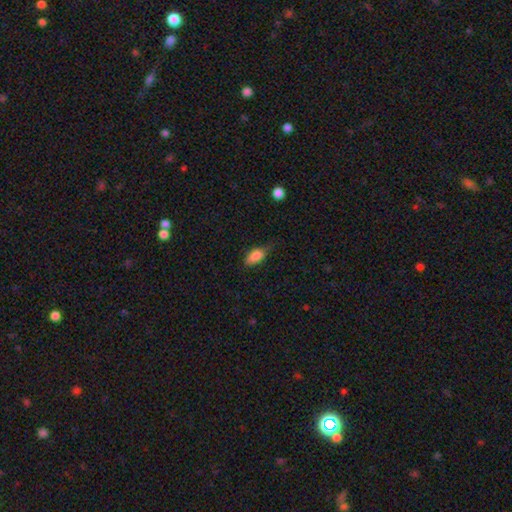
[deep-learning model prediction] This appears to be a smooth galaxy with no disk features (84%) that is in between round and cigar-shaped (88%). Merging: none (60%).